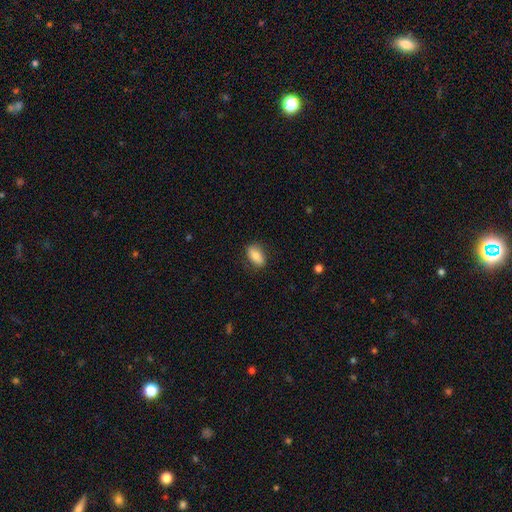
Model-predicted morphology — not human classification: Smooth or featured? Predicted: smooth (p=0.81). How rounded? Predicted: in between (p=0.89). Merging? Predicted: none (p=0.82).